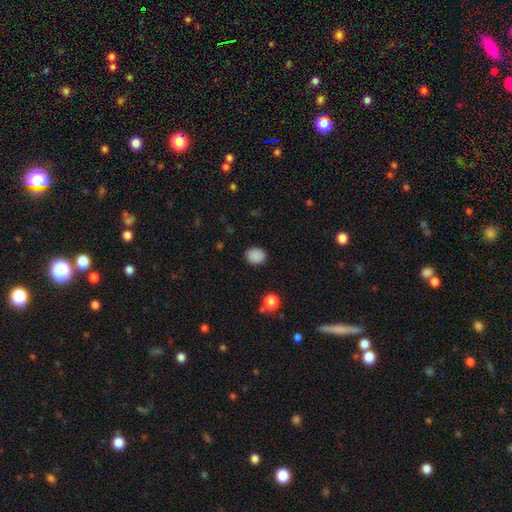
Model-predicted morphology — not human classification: A smooth galaxy with no disk features (87%) that is round (57%).

Vote fractions:
- Smooth or featured? smooth: 87% / star or artifact: 10% / featured or disk: 3%
- How rounded? round: 57% / in between: 42% / cigar-shaped: 1%
- Merging? none: 88% / minor disturbance: 9% / major disturbance: 2% / merger: 1%